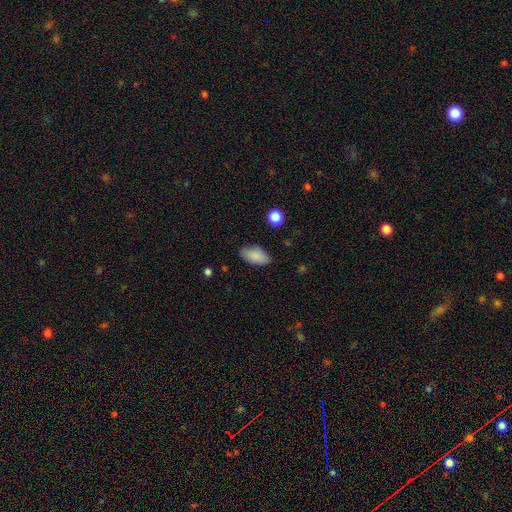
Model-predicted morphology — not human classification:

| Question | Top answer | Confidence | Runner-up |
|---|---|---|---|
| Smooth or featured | smooth | 87% | star or artifact (7%) |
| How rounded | in between | 93% | cigar-shaped (4%) |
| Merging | none | 82% | minor disturbance (14%) |